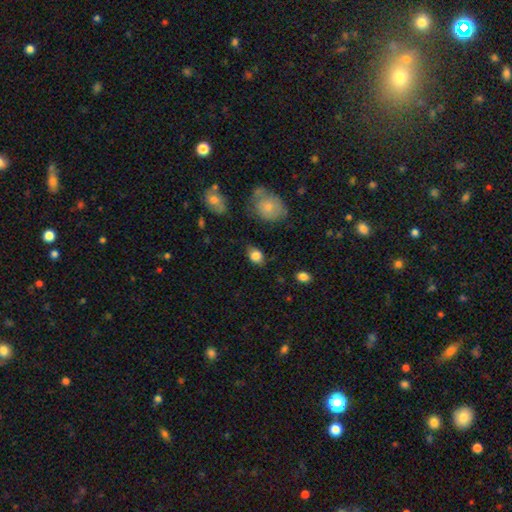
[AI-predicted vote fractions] A smooth galaxy with no disk features (82%) that is in between round and cigar-shaped (70%). Merging: none (74%).